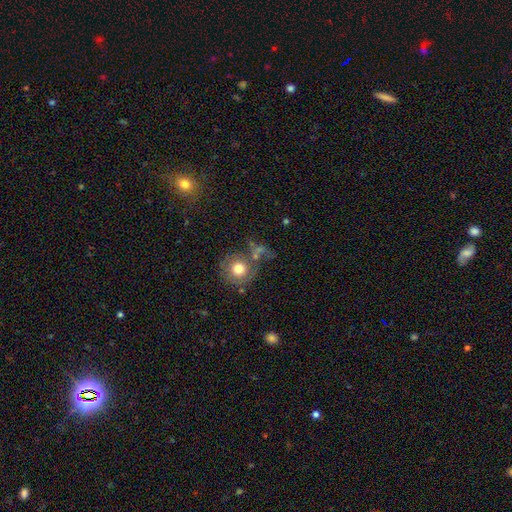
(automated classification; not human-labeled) Smooth or featured: smooth — 60% (featured or disk — 23%)
How rounded: round — 87% (in between — 12%)
Merging: none — 58% (merger — 15%)